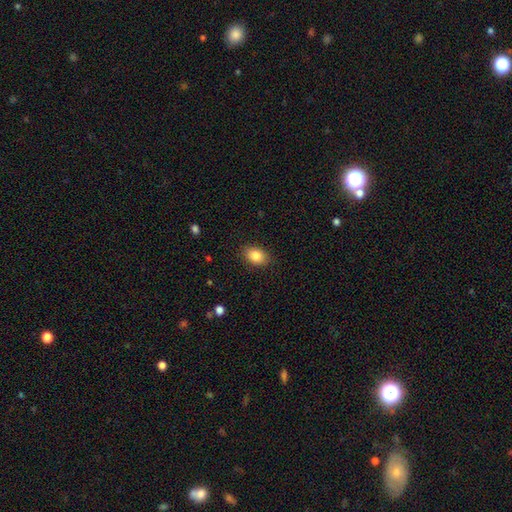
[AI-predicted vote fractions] Smooth or featured?
  - smooth: 85% *
  - star or artifact: 8%
  - featured or disk: 7%
How rounded?
  - in between: 79% *
  - round: 20%
  - cigar-shaped: 1%
Merging?
  - none: 87% *
  - minor disturbance: 10%
  - major disturbance: 3%
  - merger: 1%